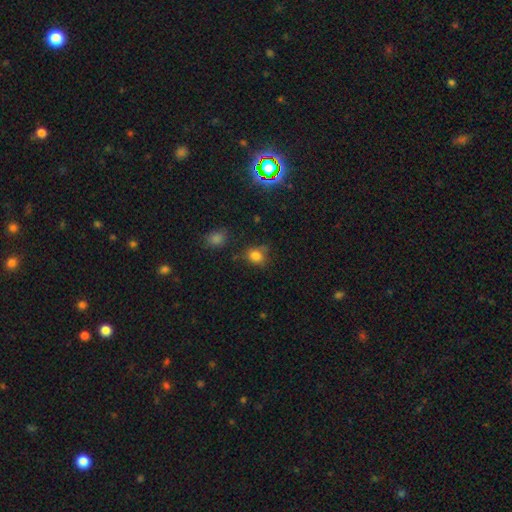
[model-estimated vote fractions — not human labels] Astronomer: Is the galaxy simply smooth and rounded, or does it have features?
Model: smooth — 79%.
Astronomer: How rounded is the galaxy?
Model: round — 64%.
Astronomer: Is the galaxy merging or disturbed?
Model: none — 64%.